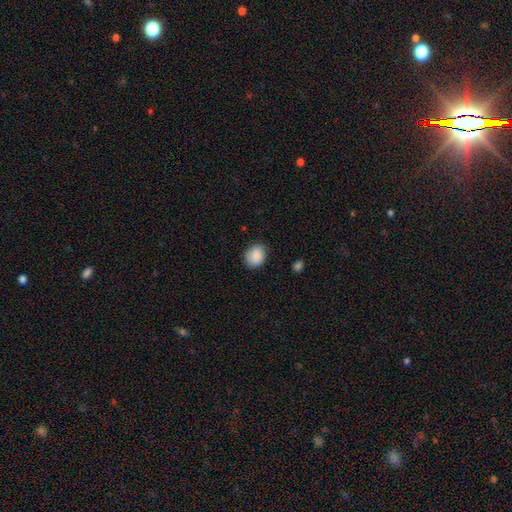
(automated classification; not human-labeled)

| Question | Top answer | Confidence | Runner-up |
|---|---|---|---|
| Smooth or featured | smooth | 87% | star or artifact (7%) |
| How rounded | round | 55% | in between (44%) |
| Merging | none | 79% | minor disturbance (16%) |